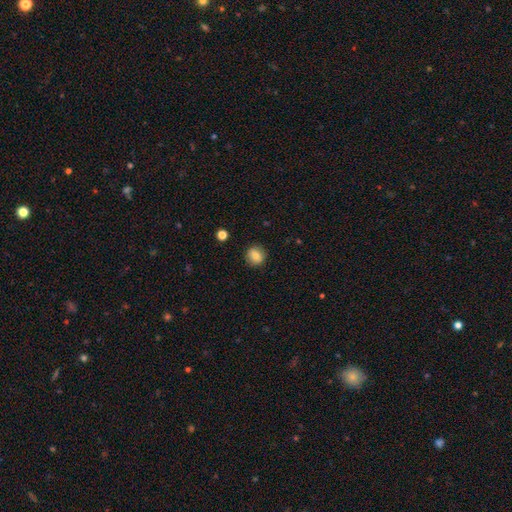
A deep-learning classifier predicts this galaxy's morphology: The model was most divided on "smooth or featured": smooth: 80%, featured or disk: 11%, star or artifact: 10%. More confident: how rounded — round (90%); merging — none (89%).